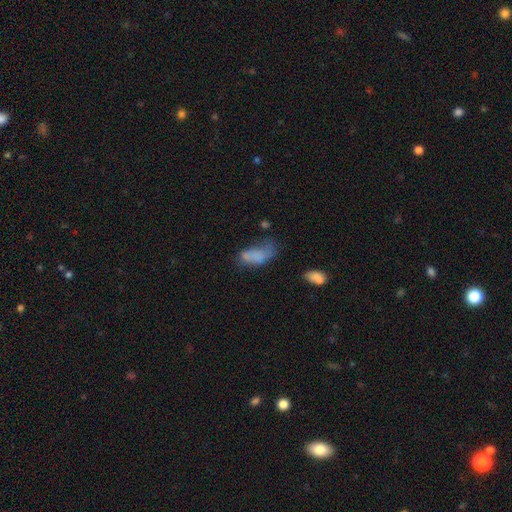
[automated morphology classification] Q: Smooth or featured?
A: smooth (69%); runner-up: featured or disk (19%)
Q: How rounded?
A: in between (85%); runner-up: cigar-shaped (11%)
Q: Merging?
A: major disturbance (37%); runner-up: minor disturbance (27%)